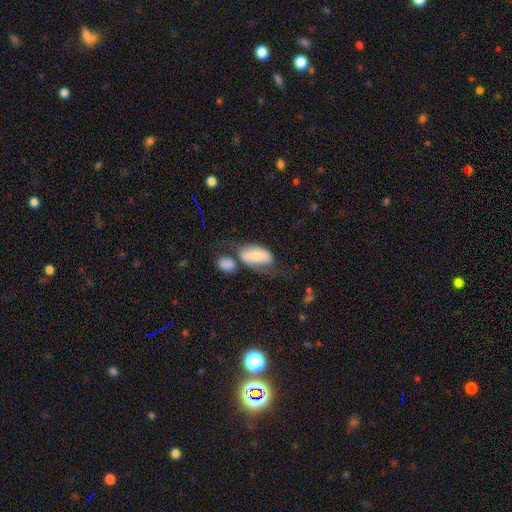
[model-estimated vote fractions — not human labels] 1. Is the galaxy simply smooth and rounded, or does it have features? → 67% smooth, 26% featured or disk, 7% star or artifact.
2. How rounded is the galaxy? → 91% in between, 5% cigar-shaped, 4% round.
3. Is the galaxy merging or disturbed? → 35% merger, 25% none, 21% major disturbance, 20% minor disturbance.